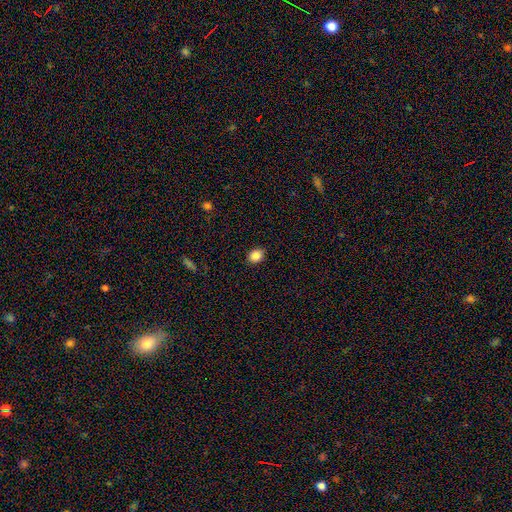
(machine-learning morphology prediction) This appears to be a smooth galaxy with no disk features (86%) that is round (54%). Merging: none (89%).